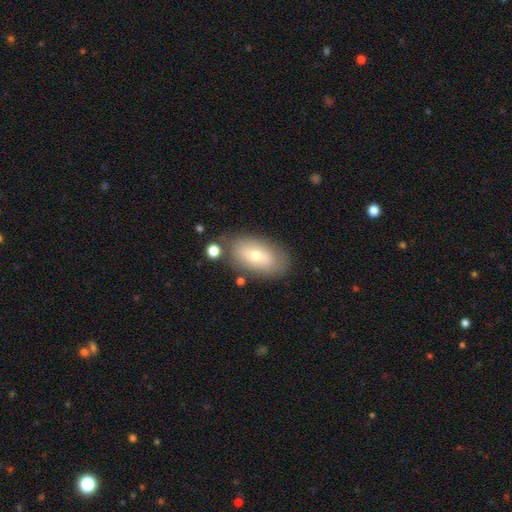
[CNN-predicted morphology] The model was most divided on "smooth or featured": smooth: 60%, featured or disk: 32%, star or artifact: 9%. More confident: how rounded — in between (91%); merging — none (75%).